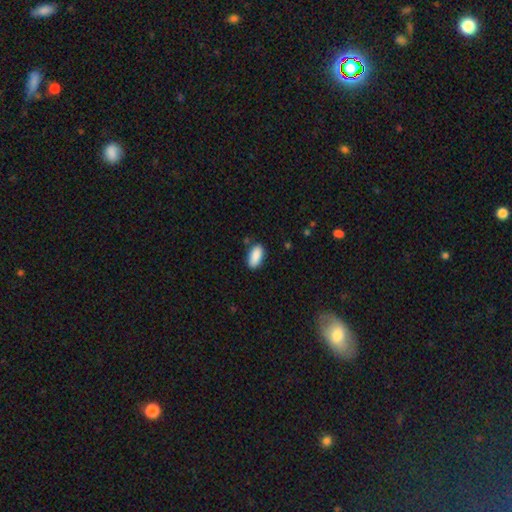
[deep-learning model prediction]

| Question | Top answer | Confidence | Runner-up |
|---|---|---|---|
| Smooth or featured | smooth | 89% | star or artifact (6%) |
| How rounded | in between | 90% | cigar-shaped (8%) |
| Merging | none | 82% | minor disturbance (13%) |